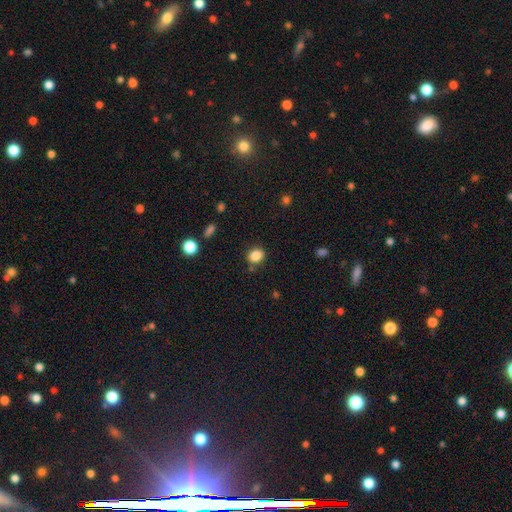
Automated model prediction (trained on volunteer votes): Q: Smooth or featured?
A: smooth (85%); runner-up: star or artifact (10%)
Q: How rounded?
A: round (62%); runner-up: in between (37%)
Q: Merging?
A: none (80%); runner-up: minor disturbance (11%)